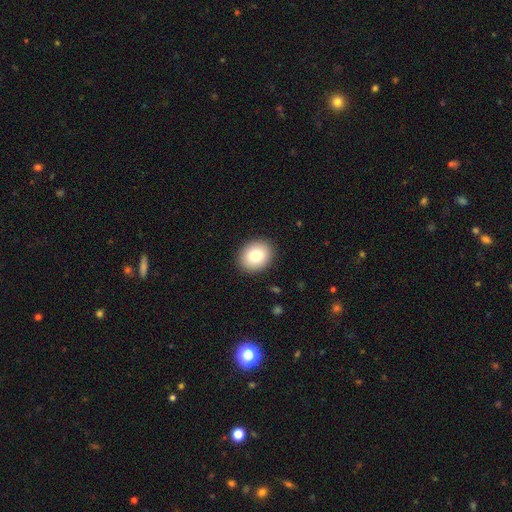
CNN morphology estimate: Q: Smooth or featured?
A: smooth (81%); runner-up: featured or disk (10%)
Q: How rounded?
A: round (58%); runner-up: in between (41%)
Q: Merging?
A: none (90%); runner-up: minor disturbance (7%)